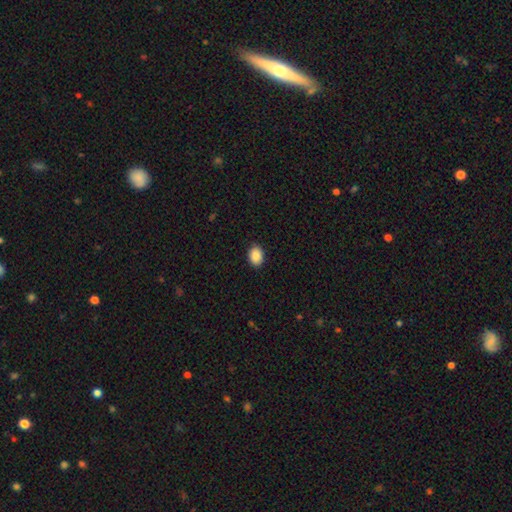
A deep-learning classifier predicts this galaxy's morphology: A smooth galaxy with no disk features (89%) that is in between round and cigar-shaped (72%).

Vote fractions:
- Smooth or featured? smooth: 89% / star or artifact: 8% / featured or disk: 3%
- How rounded? in between: 72% / round: 27% / cigar-shaped: 1%
- Merging? none: 90% / minor disturbance: 7% / major disturbance: 2% / merger: 1%